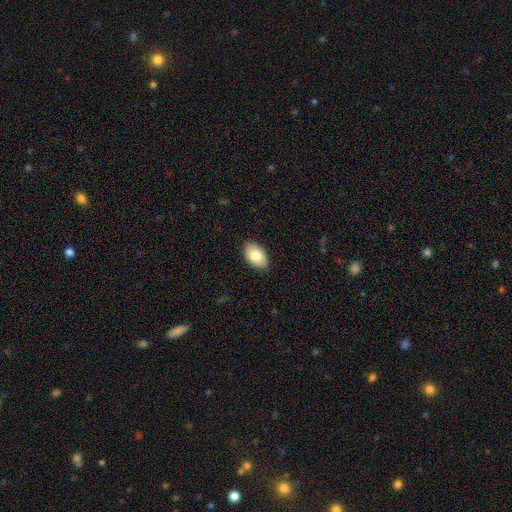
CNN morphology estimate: A smooth galaxy with no disk features (81%) that is in between round and cigar-shaped (93%). Merging: none (87%).